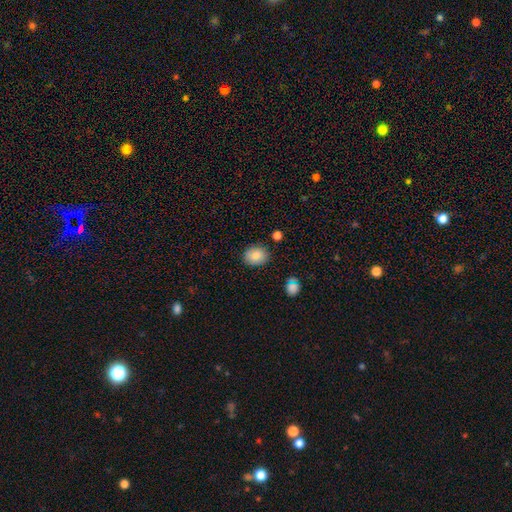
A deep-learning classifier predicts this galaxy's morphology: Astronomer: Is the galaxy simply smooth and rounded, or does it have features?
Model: smooth — 83%.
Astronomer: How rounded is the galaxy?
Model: round — 56% (runner-up: in between, 43%).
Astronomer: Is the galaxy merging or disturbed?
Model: none — 86%.